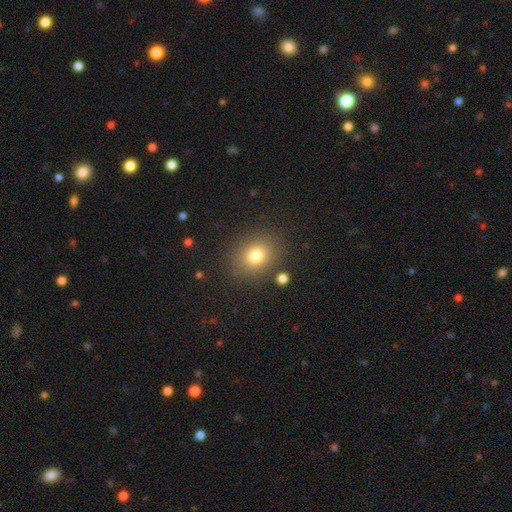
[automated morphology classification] This appears to be a smooth galaxy with no disk features (77%) that is round (65%). Merging: none (85%).